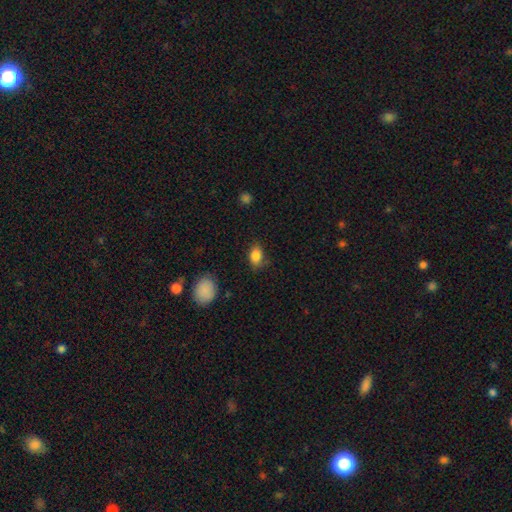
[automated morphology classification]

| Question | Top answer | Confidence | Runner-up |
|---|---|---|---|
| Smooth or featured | smooth | 86% | star or artifact (9%) |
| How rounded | in between | 78% | round (21%) |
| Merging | none | 72% | minor disturbance (21%) |